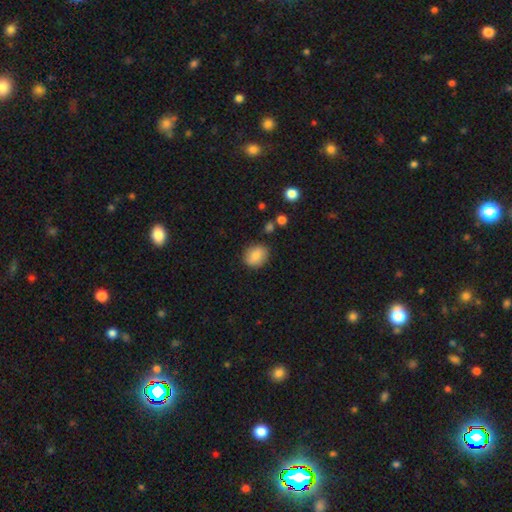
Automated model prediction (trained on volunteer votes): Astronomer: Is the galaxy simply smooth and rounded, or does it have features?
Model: smooth — 82%.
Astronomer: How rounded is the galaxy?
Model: round — 56% (runner-up: in between, 43%).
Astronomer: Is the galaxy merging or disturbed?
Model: none — 83%.